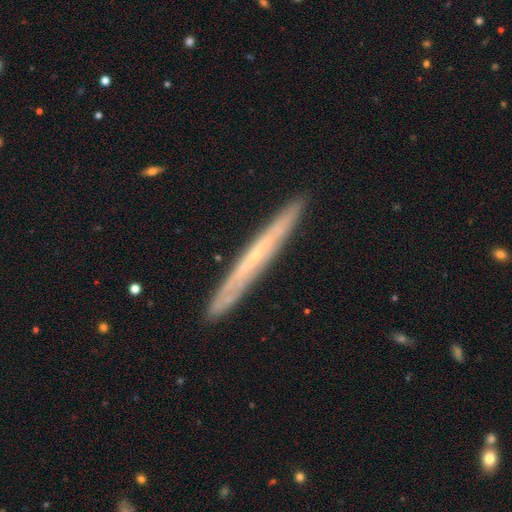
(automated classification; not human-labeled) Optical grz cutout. It shows a featured or disk galaxy (60%) viewed edge-on (93%) with no central bulge (79%). Merging: none (90%).